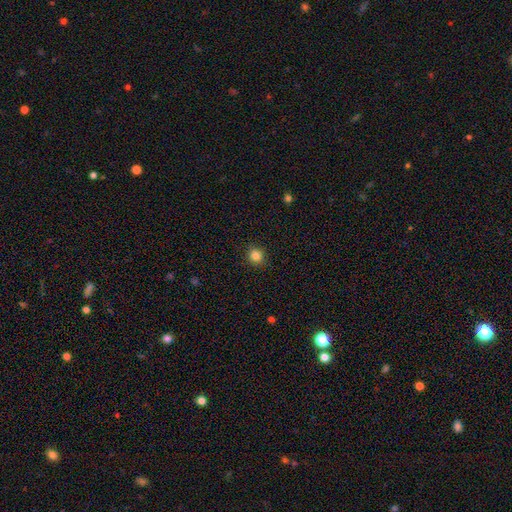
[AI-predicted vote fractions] Smooth or featured? smooth (84%)
How rounded? round (88%)
Merging? none (91%)